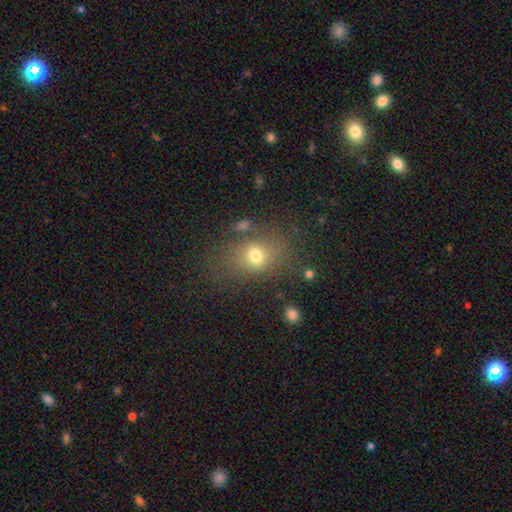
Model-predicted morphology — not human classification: Smooth or featured?
  - smooth: 69% *
  - star or artifact: 18%
  - featured or disk: 13%
How rounded?
  - in between: 56% *
  - round: 42%
  - cigar-shaped: 2%
Merging?
  - none: 71% *
  - minor disturbance: 16%
  - major disturbance: 9%
  - merger: 5%